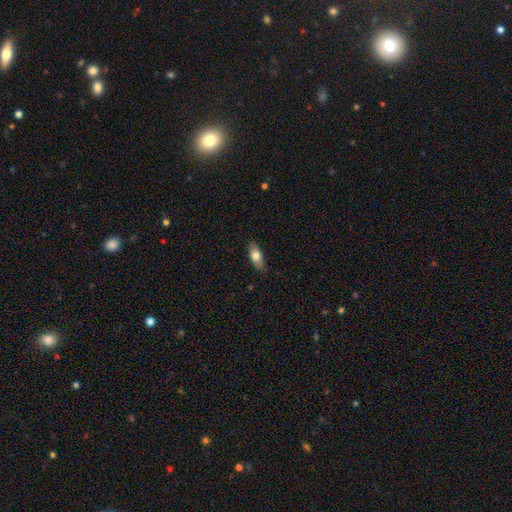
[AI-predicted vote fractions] Smooth or featured: smooth — 73% (featured or disk — 21%)
How rounded: in between — 78% (cigar-shaped — 19%)
Merging: none — 81% (minor disturbance — 15%)